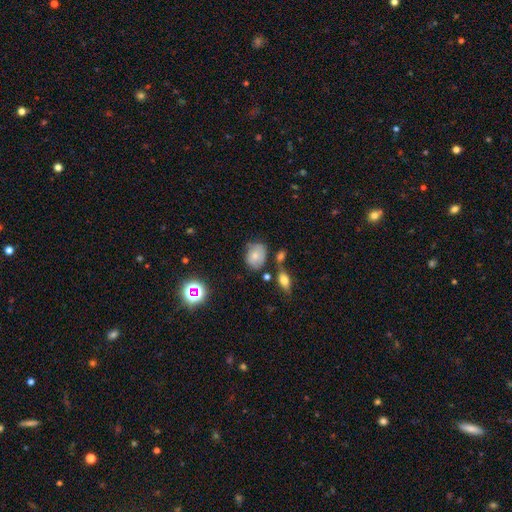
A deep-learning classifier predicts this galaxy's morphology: Smooth or featured? Predicted: smooth (p=0.66). How rounded? Predicted: in between (p=0.56). Merging? Predicted: none (p=0.55).